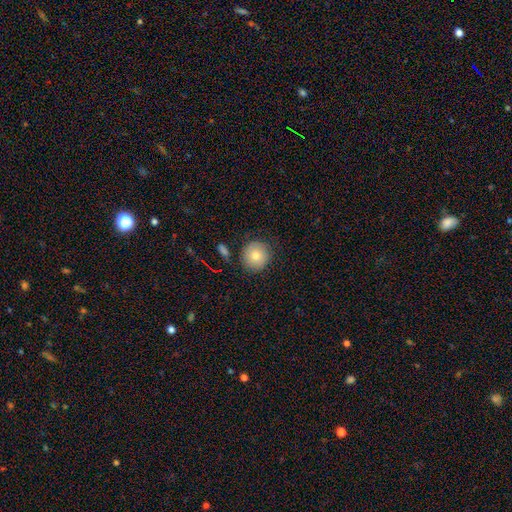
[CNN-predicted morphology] This is likely a smooth galaxy (79%). How rounded: clearly round (92%). Merging: clearly none (83%).